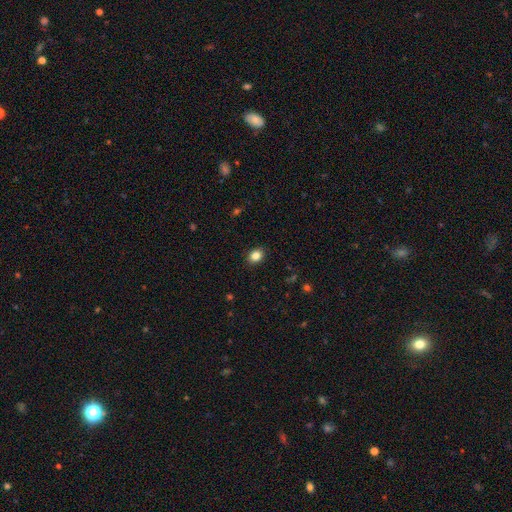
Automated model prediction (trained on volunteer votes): Smooth or featured? smooth (85%)
How rounded? in between (55%)
Merging? none (89%)